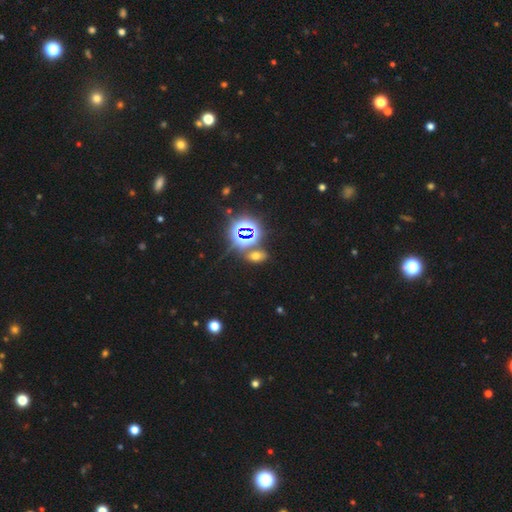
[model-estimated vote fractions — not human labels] Smooth or featured? Predicted: star or artifact (p=0.45).